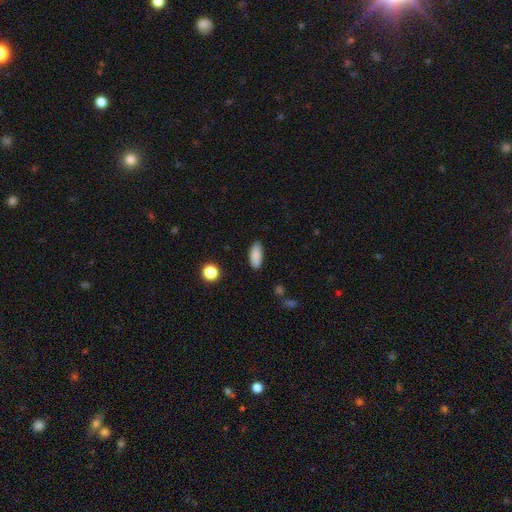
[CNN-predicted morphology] This is clearly a smooth galaxy (88%). How rounded: clearly in between (84%). Merging: clearly none (87%).